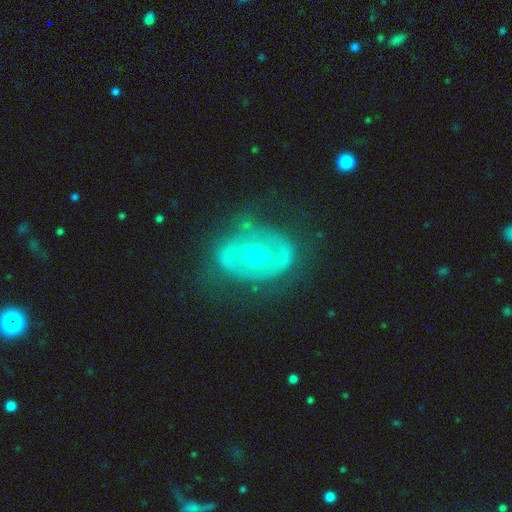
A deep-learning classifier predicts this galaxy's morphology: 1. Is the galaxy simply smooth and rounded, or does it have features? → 78% featured or disk, 15% smooth, 7% star or artifact.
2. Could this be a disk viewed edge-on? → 95% no, 5% yes.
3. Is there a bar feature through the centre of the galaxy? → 34% weak, 33% no, 33% strong.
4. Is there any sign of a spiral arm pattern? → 63% yes, 37% no.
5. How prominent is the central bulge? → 60% small, 38% moderate, 1% large, 1% none, 1% dominant.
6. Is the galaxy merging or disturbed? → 67% none, 20% minor disturbance, 11% major disturbance, 2% merger.